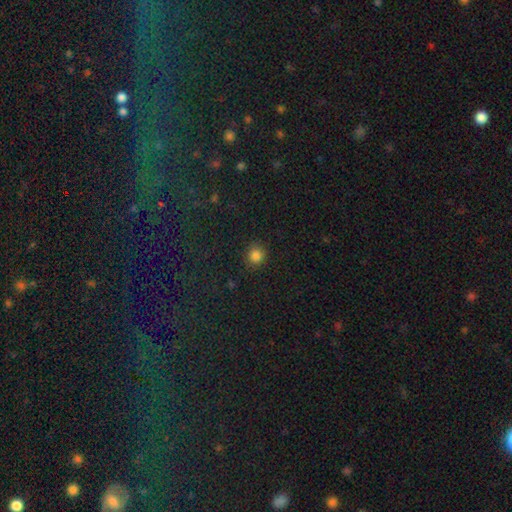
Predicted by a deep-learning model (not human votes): Q: Smooth or featured?
A: smooth (84%); runner-up: star or artifact (13%)
Q: How rounded?
A: round (88%); runner-up: in between (11%)
Q: Merging?
A: none (87%); runner-up: minor disturbance (9%)